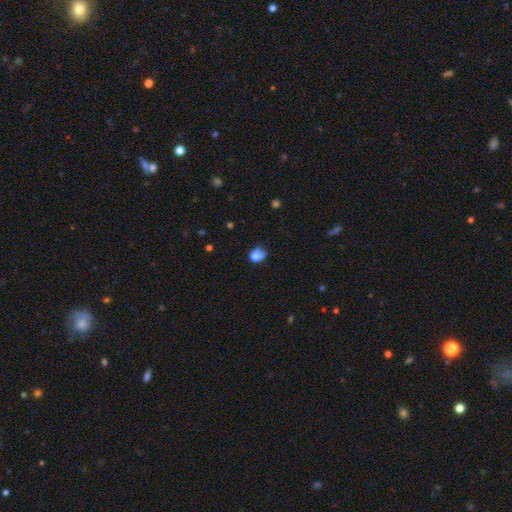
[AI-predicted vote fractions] A smooth galaxy with no disk features (75%) that is in between round and cigar-shaped (51%). Merging: minor disturbance (37%).